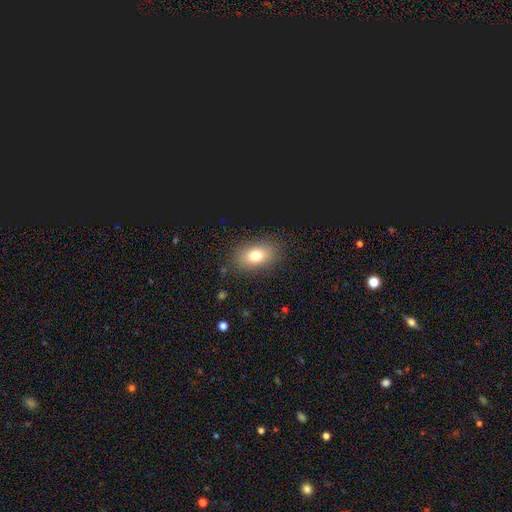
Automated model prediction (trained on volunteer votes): A smooth galaxy with no disk features (75%) that is in between round and cigar-shaped (82%). Merging: none (86%).